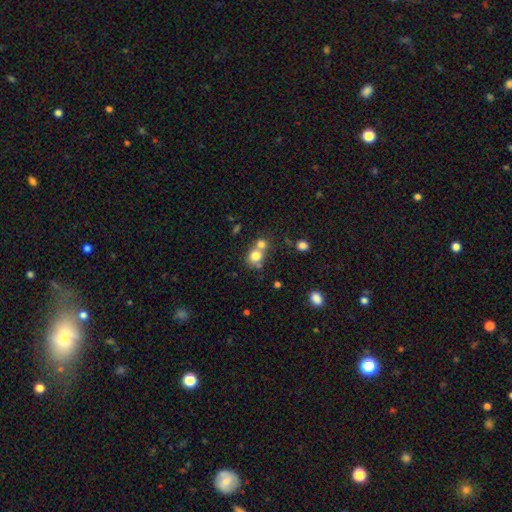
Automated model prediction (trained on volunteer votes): Smooth or featured? smooth (76%)
How rounded? round (75%)
Merging? merger (50%)